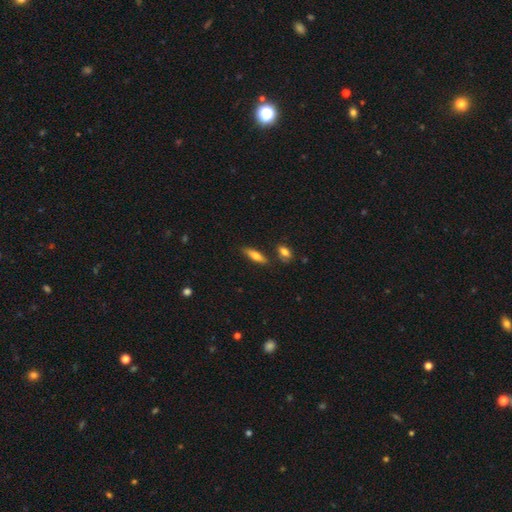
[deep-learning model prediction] Smooth or featured: smooth — 66% (featured or disk — 27%)
How rounded: cigar-shaped — 58% (in between — 40%)
Merging: none — 79% (minor disturbance — 12%)